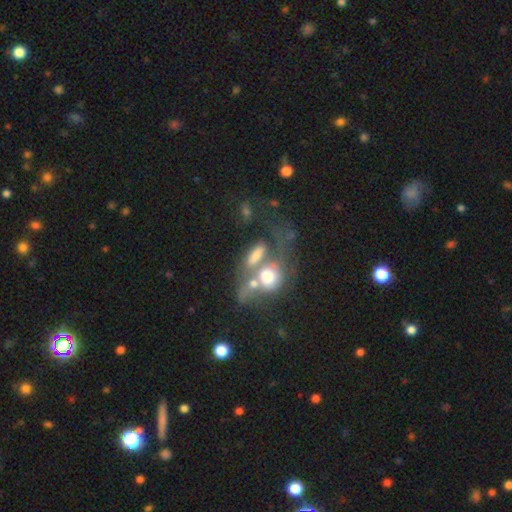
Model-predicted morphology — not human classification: This appears to be a smooth galaxy with no disk features (56%) that is in between round and cigar-shaped (65%). Merging: merger (62%).